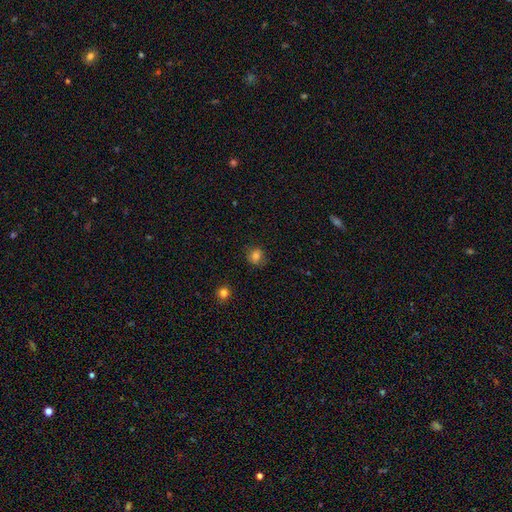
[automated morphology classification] Smooth or featured? Predicted: smooth (p=0.80). How rounded? Predicted: round (p=0.77). Merging? Predicted: none (p=0.79).